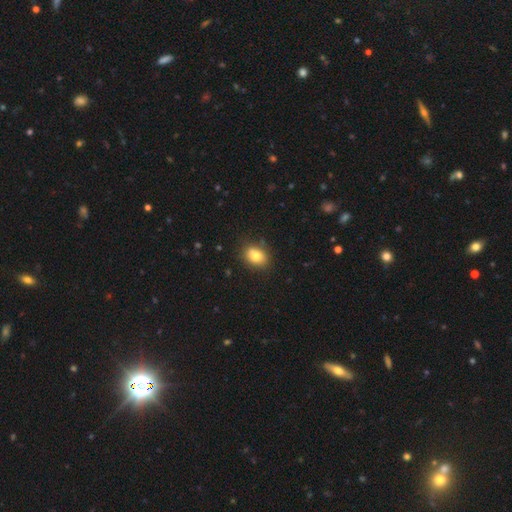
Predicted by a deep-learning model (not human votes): The model was most divided on "how rounded": in between: 66%, round: 33%, cigar-shaped: 1%. More confident: merging — none (81%); smooth or featured — smooth (79%).